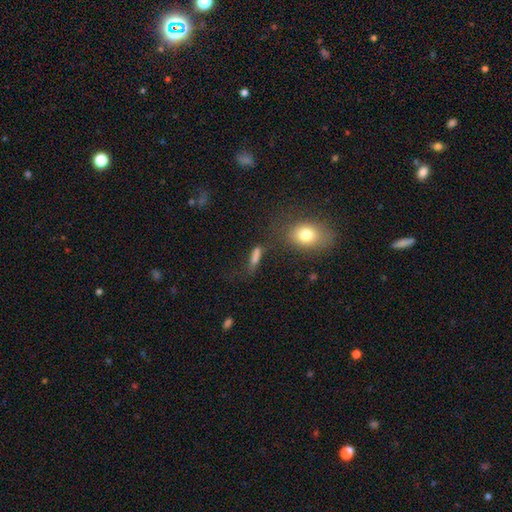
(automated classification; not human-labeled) Smooth or featured? smooth (70%)
How rounded? cigar-shaped (56%)
Merging? none (59%)